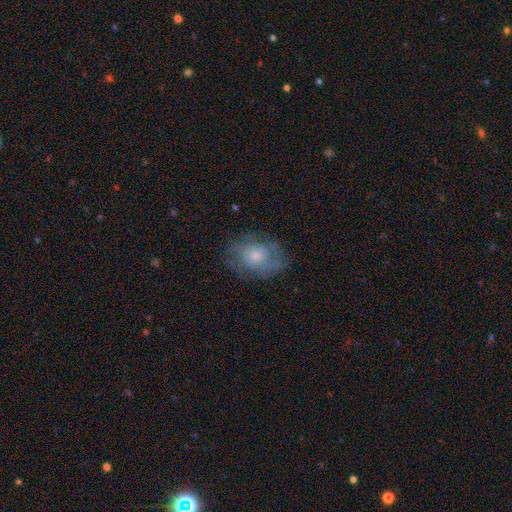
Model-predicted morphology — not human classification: Q: Smooth or featured?
A: featured or disk (54%); runner-up: smooth (37%)
Q: Edge-on disk?
A: no (96%); runner-up: yes (4%)
Q: Bar?
A: no (81%); runner-up: weak (16%)
Q: Spiral arms?
A: yes (75%); runner-up: no (25%)
Q: Bulge size?
A: small (47%); runner-up: moderate (42%)
Q: Merging?
A: none (70%); runner-up: minor disturbance (19%)